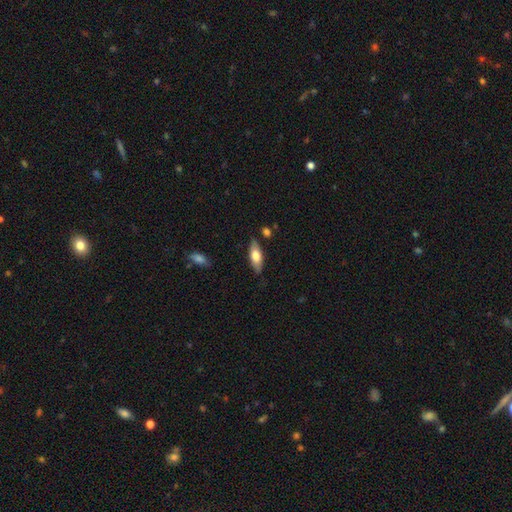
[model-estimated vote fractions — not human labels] This is likely a smooth galaxy (64%). How rounded: likely in between (70%). Merging: clearly none (80%).